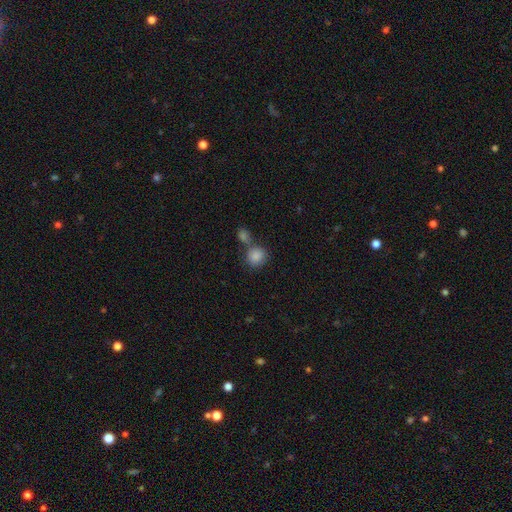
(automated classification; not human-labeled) smooth 86%, star or artifact 9%, featured or disk 6%. Down the decision tree: how rounded — round (81%); merging — none (51%).